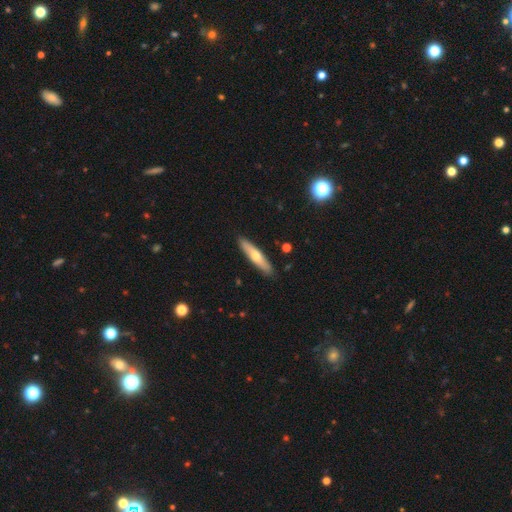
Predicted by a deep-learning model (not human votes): Smooth or featured? Predicted: smooth (p=0.56). How rounded? Predicted: cigar-shaped (p=0.81). Merging? Predicted: none (p=0.89).